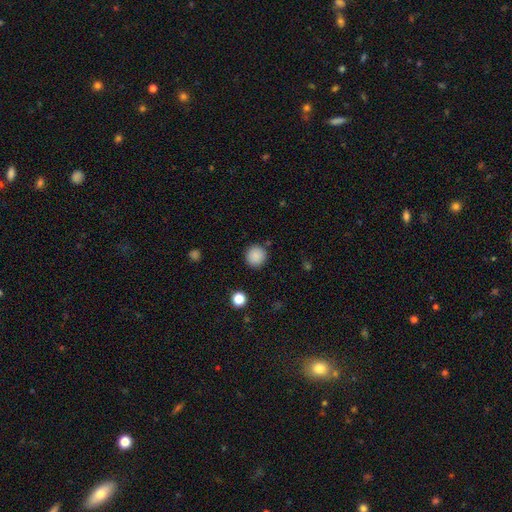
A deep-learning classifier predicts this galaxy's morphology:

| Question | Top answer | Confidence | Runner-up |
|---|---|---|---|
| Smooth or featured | smooth | 88% | star or artifact (9%) |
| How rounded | round | 94% | in between (5%) |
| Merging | none | 90% | minor disturbance (6%) |